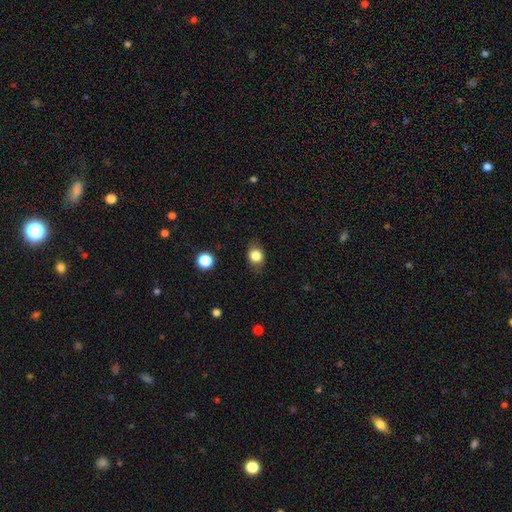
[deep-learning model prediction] Morphology: type=smooth (81%); roundness=round (50%); merging=none (80%).